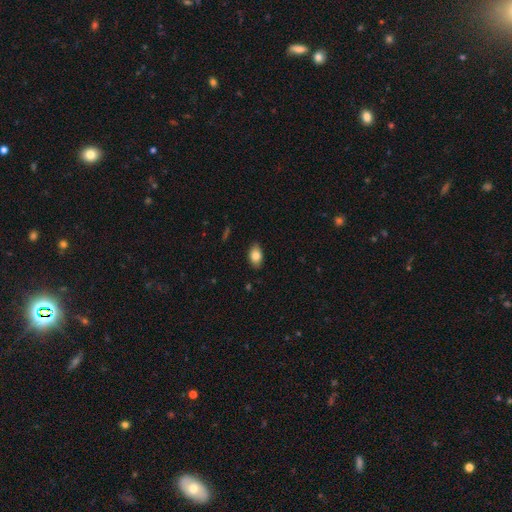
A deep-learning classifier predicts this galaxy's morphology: Smooth or featured: smooth — 83% (featured or disk — 9%)
How rounded: in between — 89% (round — 9%)
Merging: none — 86% (minor disturbance — 11%)